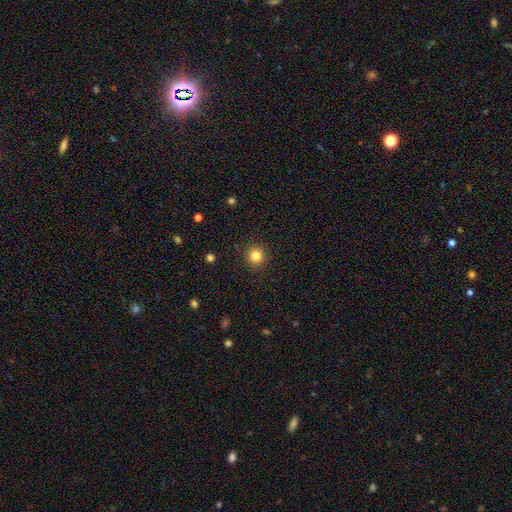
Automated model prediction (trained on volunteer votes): The model was most divided on "smooth or featured": smooth: 83%, star or artifact: 12%, featured or disk: 5%. More confident: how rounded — round (92%); merging — none (92%).